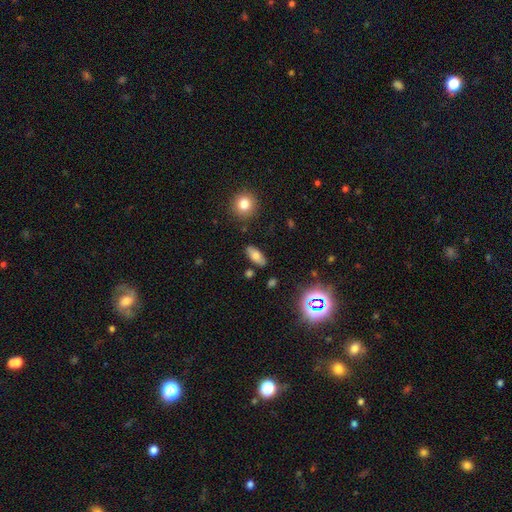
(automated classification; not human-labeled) This appears to be a smooth galaxy with no disk features (73%) that is in between round and cigar-shaped (84%). Merging: none (85%).